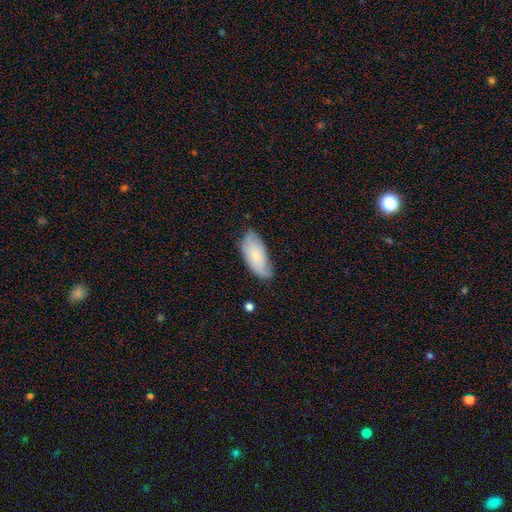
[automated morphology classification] This is likely a smooth galaxy (66%). How rounded: clearly in between (91%). Merging: possibly none (59%).